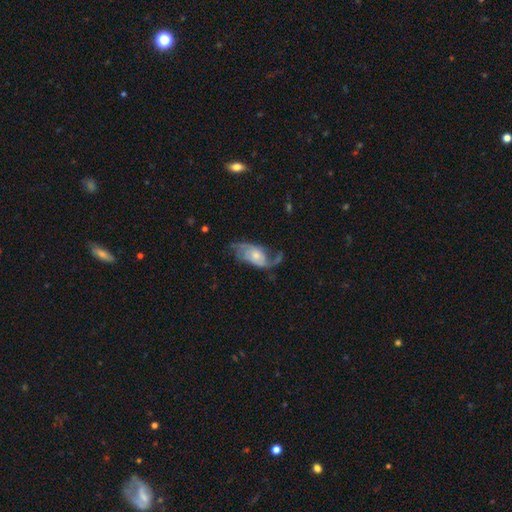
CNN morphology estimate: Q: Smooth or featured?
A: featured or disk (78%); runner-up: smooth (17%)
Q: Edge-on disk?
A: no (95%); runner-up: yes (5%)
Q: Bar?
A: no (69%); runner-up: weak (26%)
Q: Spiral arms?
A: yes (92%); runner-up: no (8%)
Q: Spiral winding?
A: loose (41%); runner-up: medium (39%)
Q: Spiral arm count?
A: 2 (68%); runner-up: can't tell (13%)
Q: Bulge size?
A: moderate (47%); runner-up: small (41%)
Q: Merging?
A: none (52%); runner-up: minor disturbance (23%)